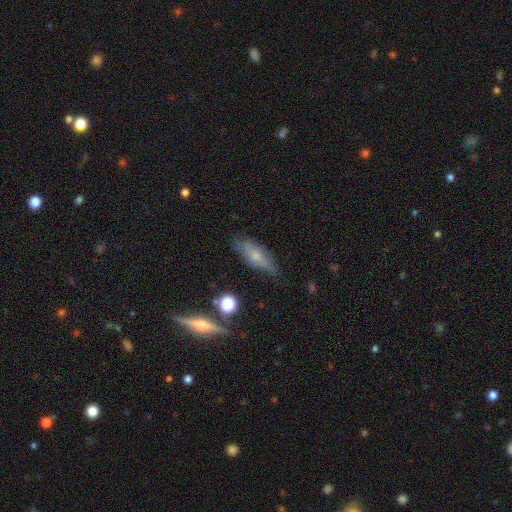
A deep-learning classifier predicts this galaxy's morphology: smooth_or_featured: smooth (p=0.56) [alt: featured or disk p=0.35]
how_rounded: in between (p=0.56) [alt: cigar-shaped p=0.41]
merging: none (p=0.72) [alt: minor disturbance p=0.21]